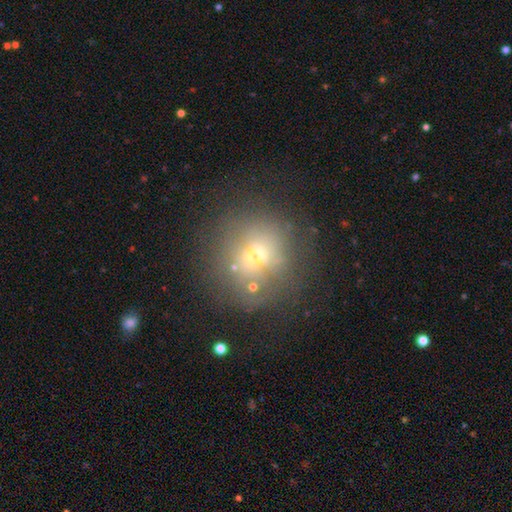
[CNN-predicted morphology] Smooth or featured?
  - smooth: 56% *
  - featured or disk: 22%
  - star or artifact: 22%
How rounded?
  - round: 90% *
  - in between: 8%
  - cigar-shaped: 1%
Merging?
  - none: 72% *
  - minor disturbance: 14%
  - merger: 7%
  - major disturbance: 7%